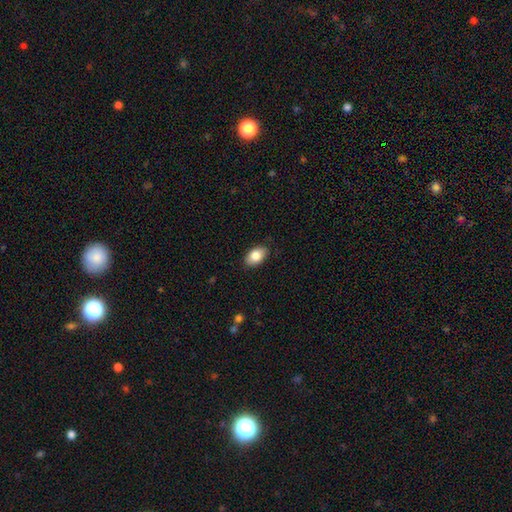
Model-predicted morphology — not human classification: Overall: smooth (84%). How rounded: in between (91%). Merging: none (85%).